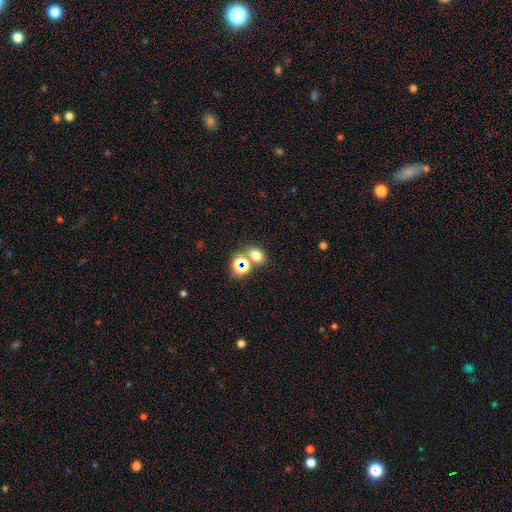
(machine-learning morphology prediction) smooth_or_featured: smooth (p=0.68) [alt: star or artifact p=0.24]
how_rounded: in between (p=0.56) [alt: round p=0.43]
merging: none (p=0.64) [alt: merger p=0.23]